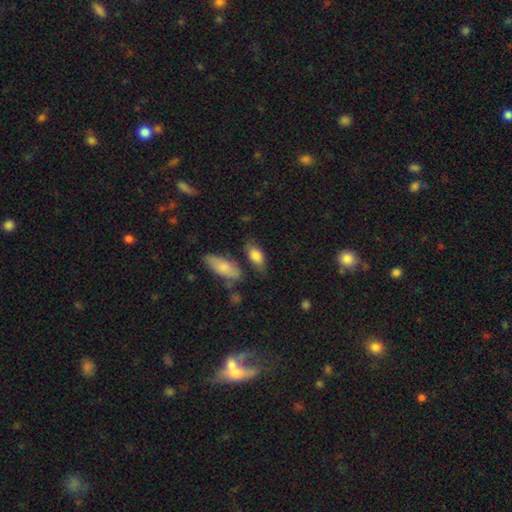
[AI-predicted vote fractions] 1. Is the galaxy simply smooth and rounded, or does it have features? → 80% smooth, 13% featured or disk, 7% star or artifact.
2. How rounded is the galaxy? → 87% in between, 9% cigar-shaped, 5% round.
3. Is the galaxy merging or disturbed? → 63% none, 21% minor disturbance, 10% merger, 6% major disturbance.